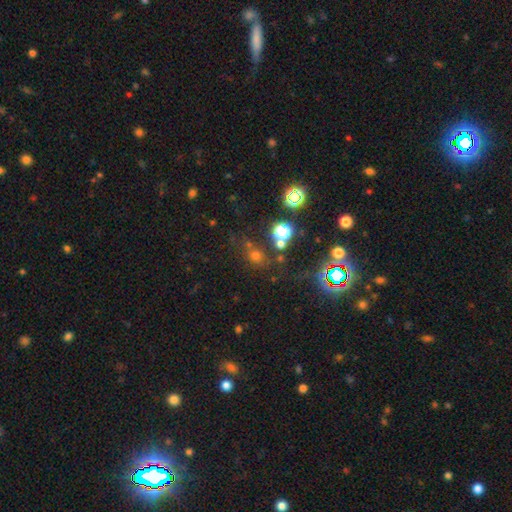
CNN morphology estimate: smooth 54%, star or artifact 37%, featured or disk 8%. Down the decision tree: how rounded — round (79%); merging — none (69%).